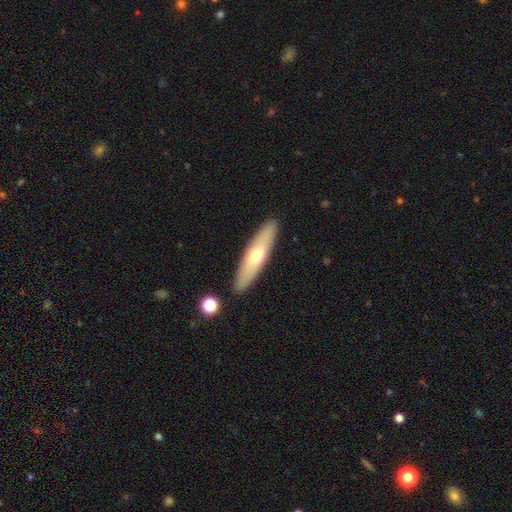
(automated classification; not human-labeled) Overall: smooth (52%; featured or disk 42%). How rounded: cigar-shaped (74%). Merging: none (89%).